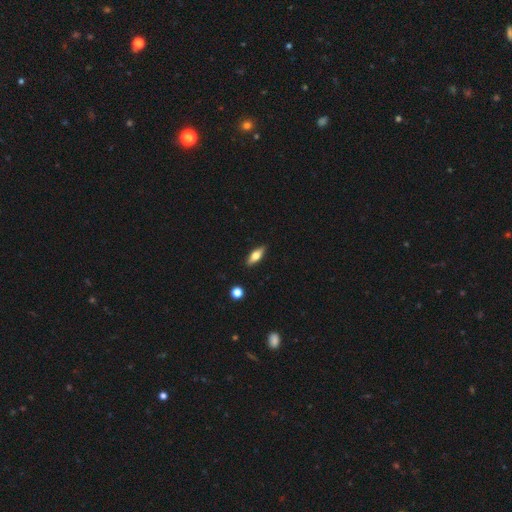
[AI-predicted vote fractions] A smooth galaxy with no disk features (62%) that is in between round and cigar-shaped (67%).

Vote fractions:
- Smooth or featured? smooth: 62% / featured or disk: 31% / star or artifact: 7%
- How rounded? in between: 67% / cigar-shaped: 29% / round: 3%
- Merging? none: 89% / minor disturbance: 8% / major disturbance: 2% / merger: 1%